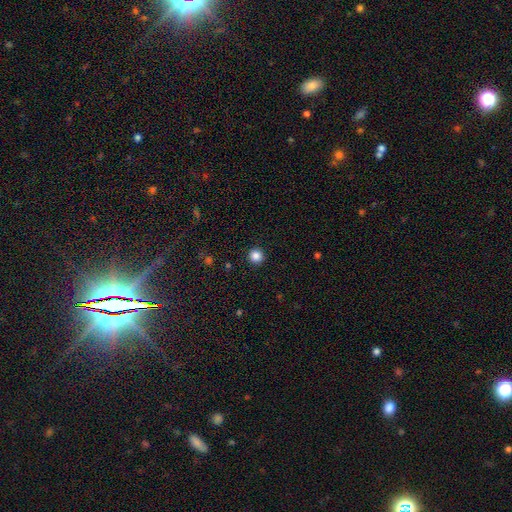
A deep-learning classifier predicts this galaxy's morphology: Smooth or featured?
  - smooth: 85% *
  - star or artifact: 12%
  - featured or disk: 4%
How rounded?
  - round: 96% *
  - in between: 3%
  - cigar-shaped: 1%
Merging?
  - none: 93% *
  - minor disturbance: 4%
  - major disturbance: 2%
  - merger: 1%